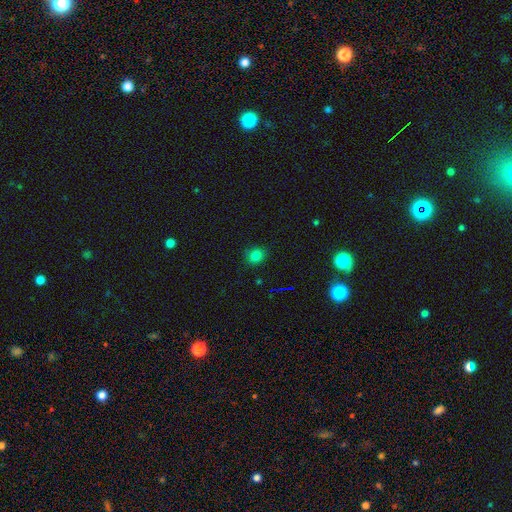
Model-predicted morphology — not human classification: The model was most divided on "how rounded": round: 77%, in between: 22%, cigar-shaped: 1%. More confident: merging — none (86%); smooth or featured — smooth (78%).